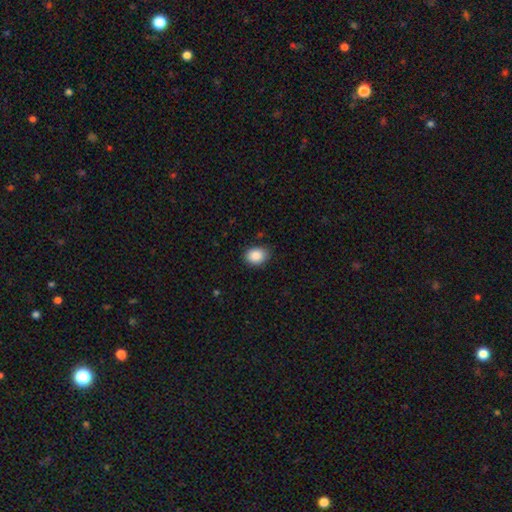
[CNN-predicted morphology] smooth_or_featured: smooth (p=0.88) [alt: star or artifact p=0.08]
how_rounded: in between (p=0.63) [alt: round p=0.36]
merging: none (p=0.83) [alt: minor disturbance p=0.14]